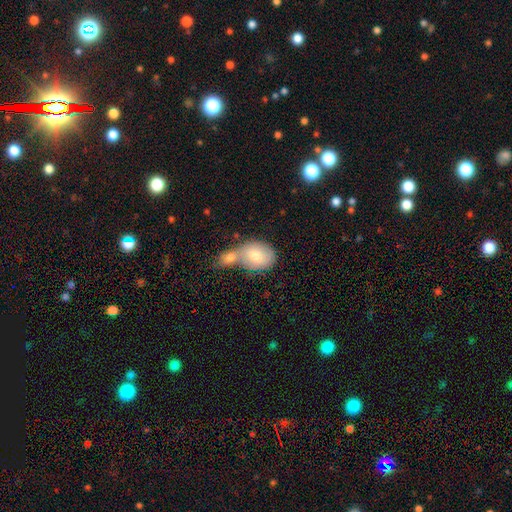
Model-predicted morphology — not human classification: This is likely a smooth galaxy (76%). How rounded: likely in between (65%). Merging: likely merger (61%).